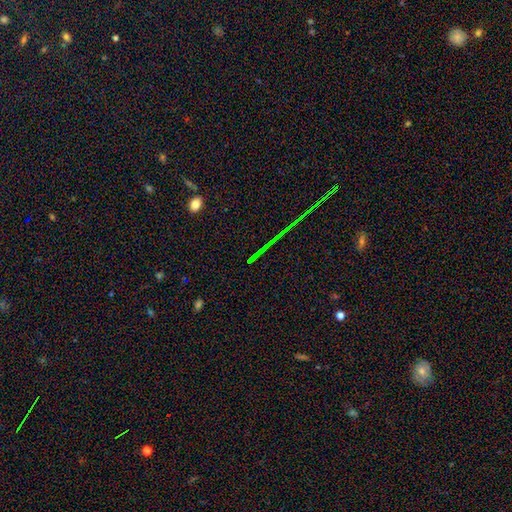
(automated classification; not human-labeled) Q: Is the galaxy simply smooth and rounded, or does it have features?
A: star or artifact — 74%.